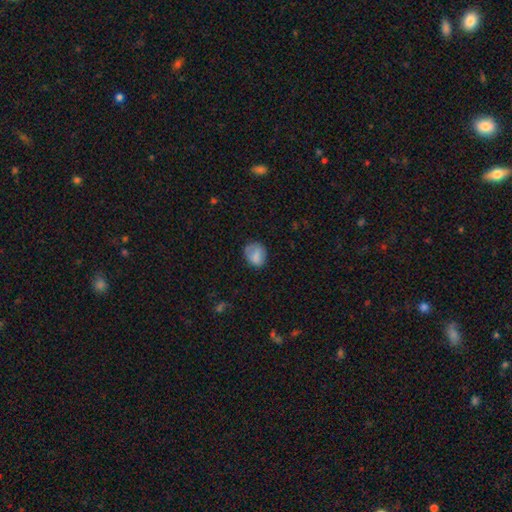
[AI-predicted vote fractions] Smooth or featured? Predicted: smooth (p=0.76). How rounded? Predicted: round (p=0.58). Merging? Predicted: none (p=0.63).